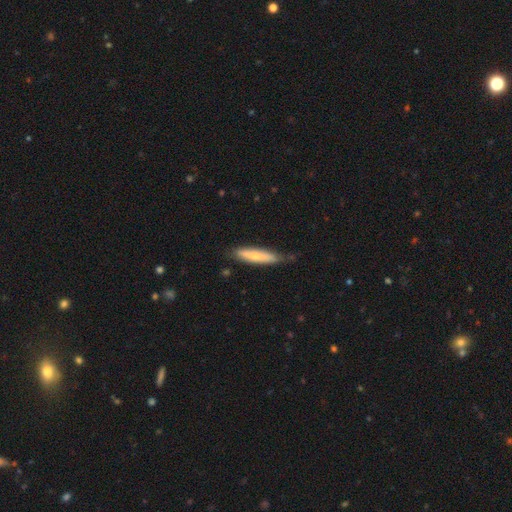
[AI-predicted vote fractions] This appears to be a smooth galaxy with no disk features (64%) that is cigar-shaped (84%). Merging: none (70%).